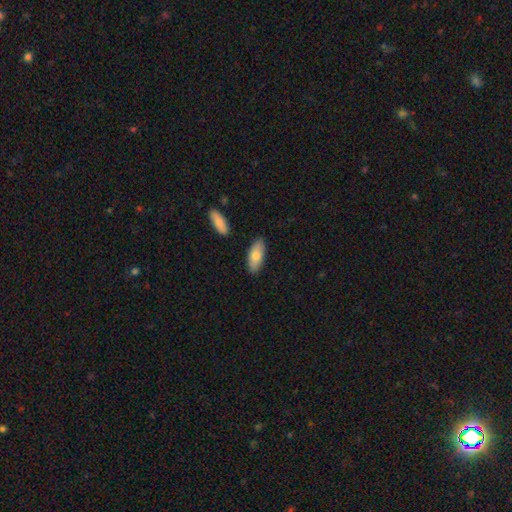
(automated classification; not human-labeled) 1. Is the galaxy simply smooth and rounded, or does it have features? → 78% smooth, 17% featured or disk, 6% star or artifact.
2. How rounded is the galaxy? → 86% in between, 12% cigar-shaped, 2% round.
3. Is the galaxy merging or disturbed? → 85% none, 10% minor disturbance, 3% merger, 2% major disturbance.